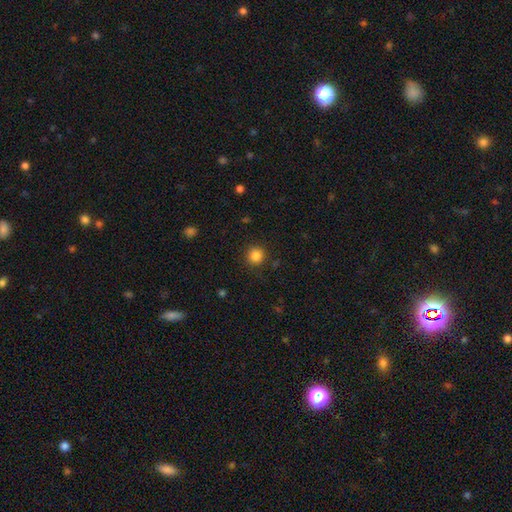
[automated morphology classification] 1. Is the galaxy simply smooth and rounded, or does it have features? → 85% smooth, 11% star or artifact, 4% featured or disk.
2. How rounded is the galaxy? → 93% round, 6% in between, 1% cigar-shaped.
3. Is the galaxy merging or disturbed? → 89% none, 7% minor disturbance, 3% major disturbance, 1% merger.